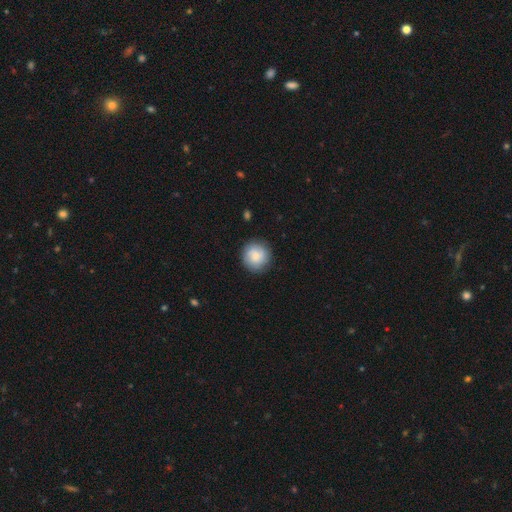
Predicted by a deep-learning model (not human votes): Smooth or featured? smooth (76%)
How rounded? round (93%)
Merging? none (87%)